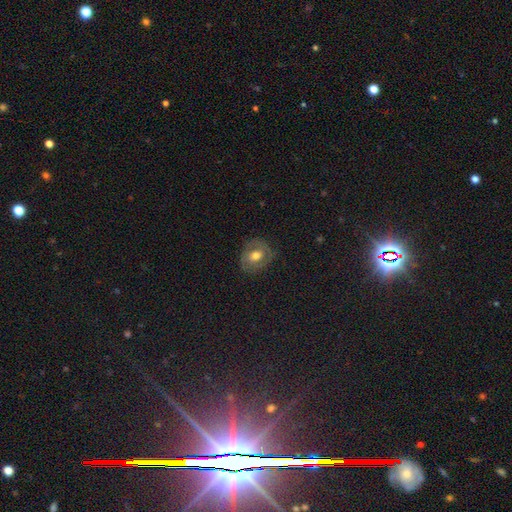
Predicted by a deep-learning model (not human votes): smooth_or_featured: featured or disk (p=0.54) [alt: smooth p=0.37]
disk_edge_on: no (p=0.96) [alt: yes p=0.04]
bar: no (p=0.61) [alt: weak p=0.30]
has_spiral_arms: yes (p=0.62) [alt: no p=0.38]
bulge_size: moderate (p=0.72) [alt: large p=0.16]
merging: none (p=0.75) [alt: minor disturbance p=0.17]